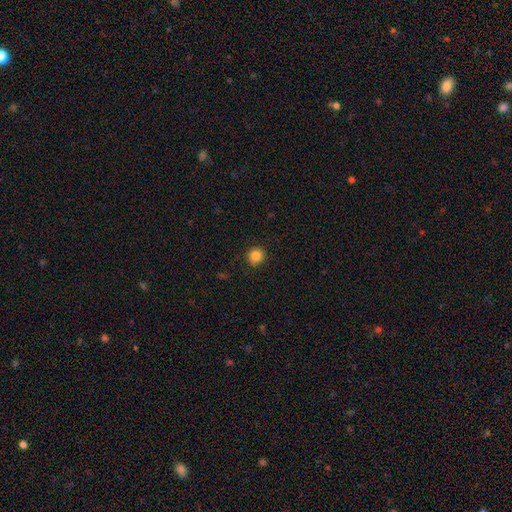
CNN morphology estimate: A smooth galaxy with no disk features (85%) that is round (92%). Merging: none (91%).